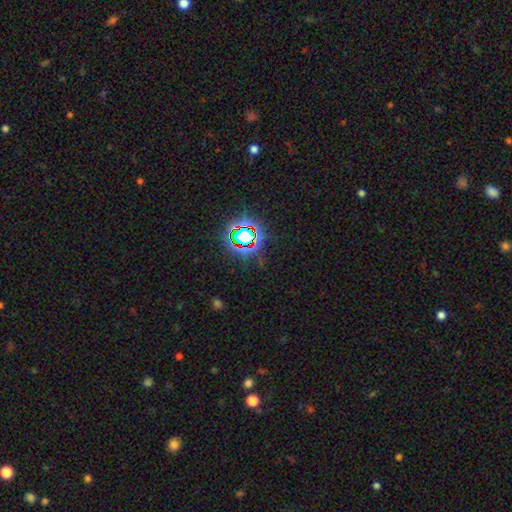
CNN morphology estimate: Smooth or featured? Predicted: star or artifact (p=0.80).